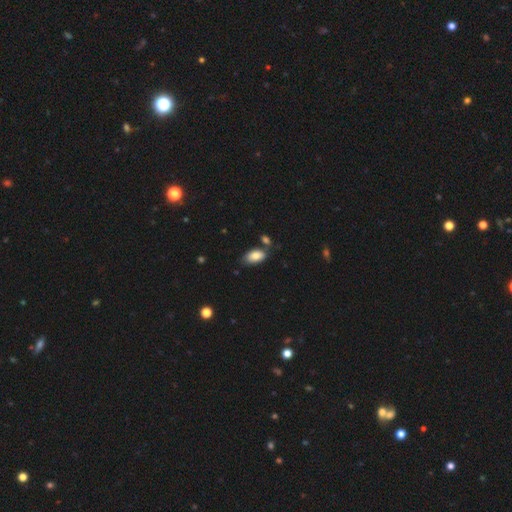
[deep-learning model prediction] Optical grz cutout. It shows a smooth galaxy with no disk features (85%) that is in between round and cigar-shaped (94%). Merging: none (70%).